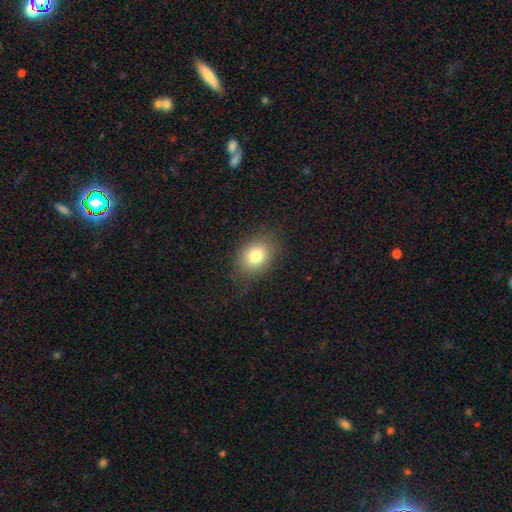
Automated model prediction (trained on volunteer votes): A smooth galaxy with no disk features (80%) that is in between round and cigar-shaped (59%).

Vote fractions:
- Smooth or featured? smooth: 80% / star or artifact: 10% / featured or disk: 10%
- How rounded? in between: 59% / round: 40% / cigar-shaped: 1%
- Merging? none: 80% / minor disturbance: 15% / major disturbance: 5% / merger: 1%